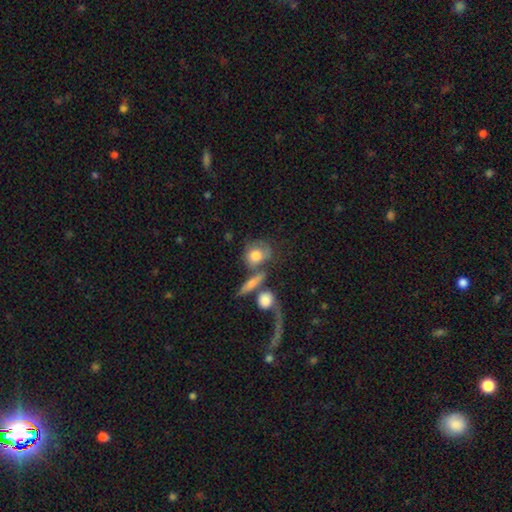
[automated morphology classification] Overall: smooth (65%; featured or disk 27%). How rounded: round (60%; in between 36%). Merging: none (35%; merger 32%).